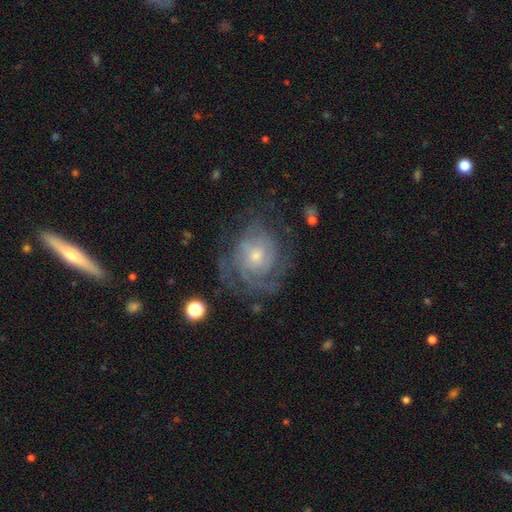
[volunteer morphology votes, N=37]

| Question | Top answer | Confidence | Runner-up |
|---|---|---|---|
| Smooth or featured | featured or disk | 89% | smooth (8%) |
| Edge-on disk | no | 97% | yes (3%) |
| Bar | no | 88% | weak (9%) |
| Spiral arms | yes | 62% | no (38%) |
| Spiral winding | tight | 55% | medium (40%) |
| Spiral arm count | can't tell | 75% | 1 (10%) |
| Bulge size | small | 50% | moderate (44%) |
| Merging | none | 61% | major disturbance (22%) |